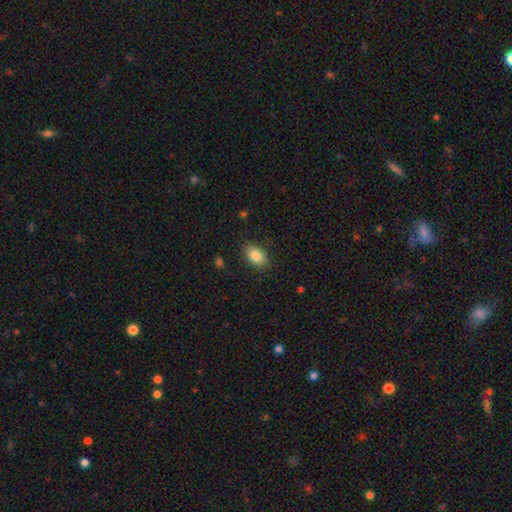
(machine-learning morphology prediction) Overall: smooth (84%). How rounded: in between (87%). Merging: none (87%).